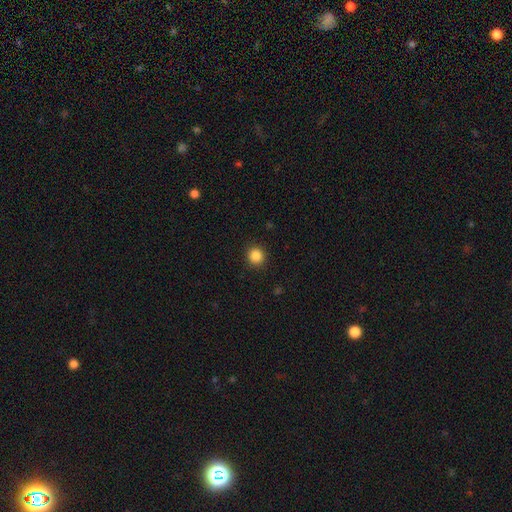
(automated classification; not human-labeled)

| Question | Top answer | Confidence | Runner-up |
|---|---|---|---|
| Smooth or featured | smooth | 86% | star or artifact (11%) |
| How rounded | round | 91% | in between (8%) |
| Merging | none | 91% | minor disturbance (6%) |